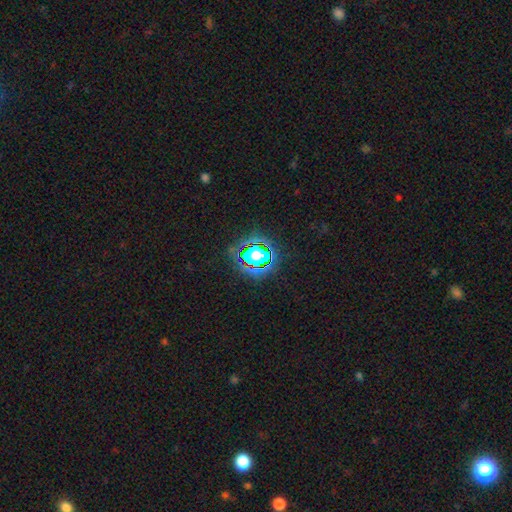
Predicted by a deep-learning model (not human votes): Smooth or featured? Predicted: star or artifact (p=0.60).